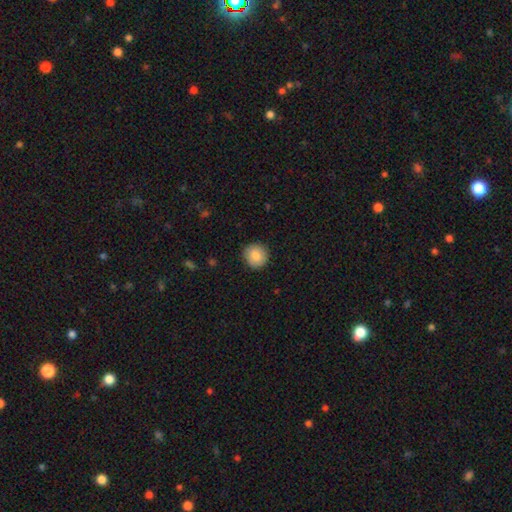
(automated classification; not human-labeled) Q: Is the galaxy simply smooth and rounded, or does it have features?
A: smooth — 86%.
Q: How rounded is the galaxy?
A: round — 93%.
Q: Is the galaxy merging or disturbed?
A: none — 89%.